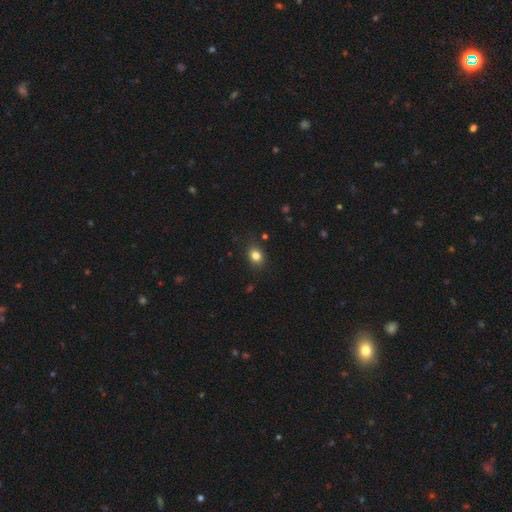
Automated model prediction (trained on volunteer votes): Morphology: type=smooth (83%); roundness=round (51%); merging=none (85%).